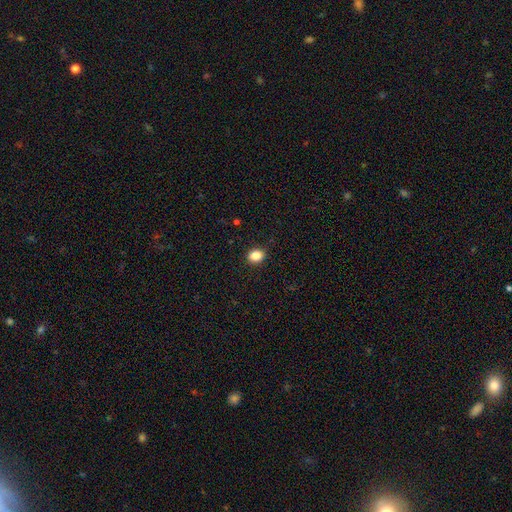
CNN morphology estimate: Smooth or featured? smooth (86%)
How rounded? in between (53%)
Merging? none (89%)